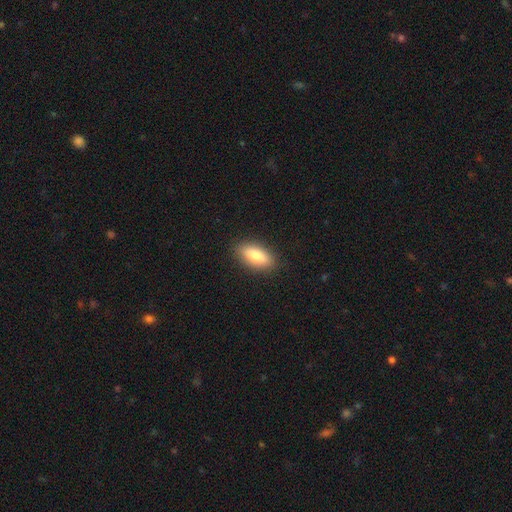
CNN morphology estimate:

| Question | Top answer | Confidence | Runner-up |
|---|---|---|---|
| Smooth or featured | smooth | 81% | featured or disk (13%) |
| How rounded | in between | 86% | cigar-shaped (11%) |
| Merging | none | 88% | minor disturbance (9%) |